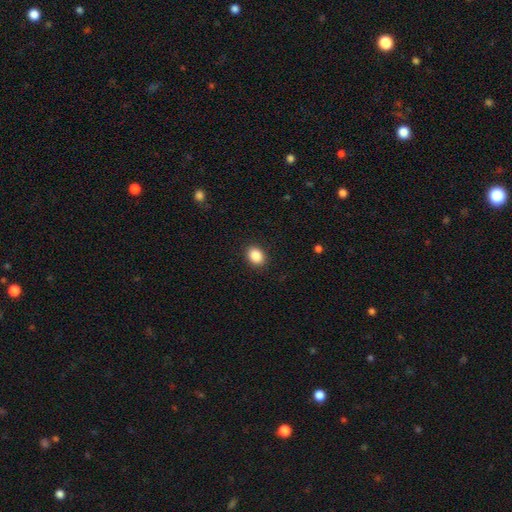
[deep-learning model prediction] Overall: smooth (88%). How rounded: in between (62%; round 37%). Merging: none (90%).